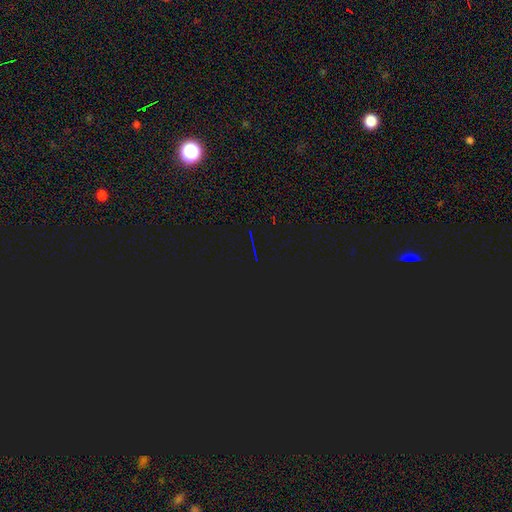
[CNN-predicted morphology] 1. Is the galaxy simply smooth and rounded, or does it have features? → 83% star or artifact, 9% smooth, 8% featured or disk.